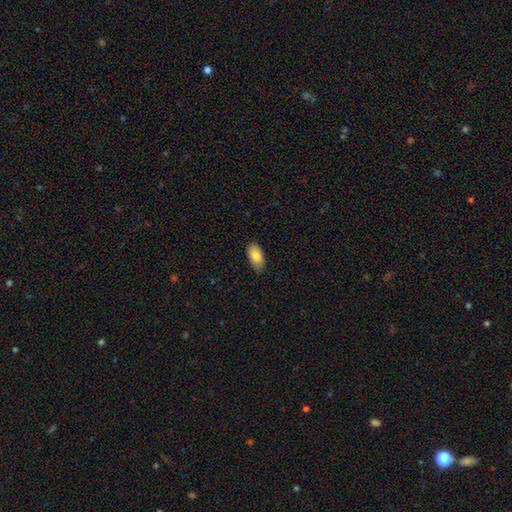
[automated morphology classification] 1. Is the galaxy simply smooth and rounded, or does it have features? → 84% smooth, 9% featured or disk, 7% star or artifact.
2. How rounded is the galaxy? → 93% in between, 4% cigar-shaped, 3% round.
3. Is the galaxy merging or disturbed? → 79% none, 17% minor disturbance, 2% major disturbance, 1% merger.